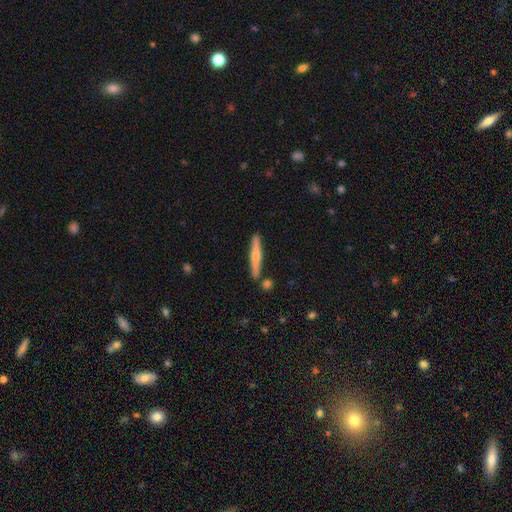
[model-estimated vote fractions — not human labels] smooth_or_featured: smooth (p=0.48) [alt: featured or disk p=0.47]
merging: none (p=0.82) [alt: minor disturbance p=0.10]